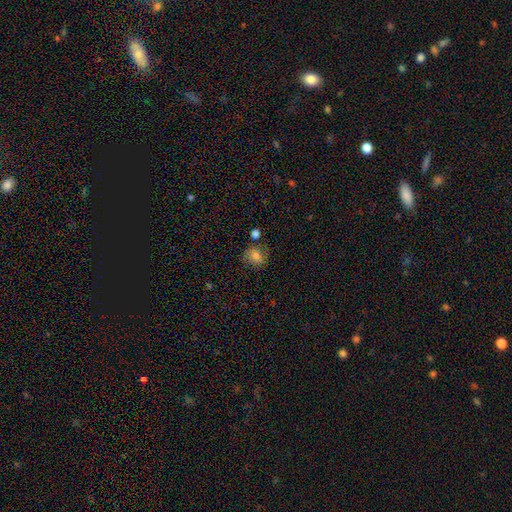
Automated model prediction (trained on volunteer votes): smooth-or-featured: smooth: 75% | featured or disk: 13% | star or artifact: 12%
  how-rounded: round: 71% | in between: 28% | cigar-shaped: 1%
  merging: none: 71% | minor disturbance: 18% | merger: 6% | major disturbance: 5%